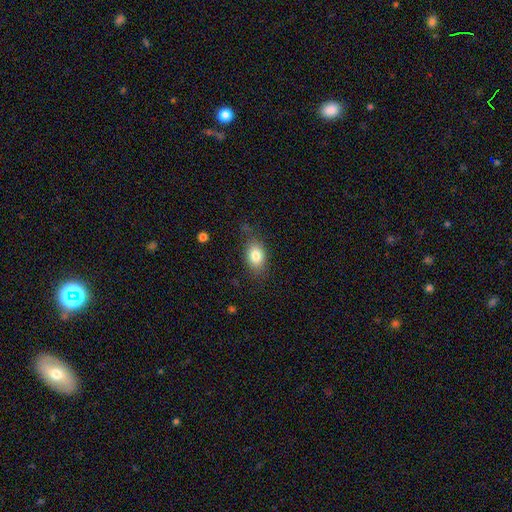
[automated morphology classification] smooth 82%, featured or disk 9%, star or artifact 9%. Down the decision tree: how rounded — in between (79%); merging — none (76%).